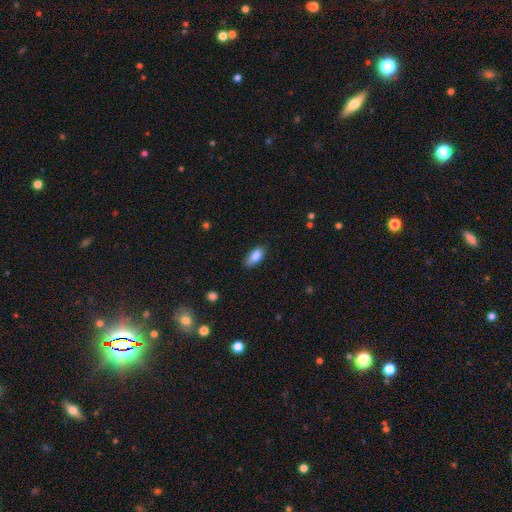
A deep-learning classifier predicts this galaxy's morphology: Overall: smooth (86%). How rounded: in between (88%). Merging: none (73%).